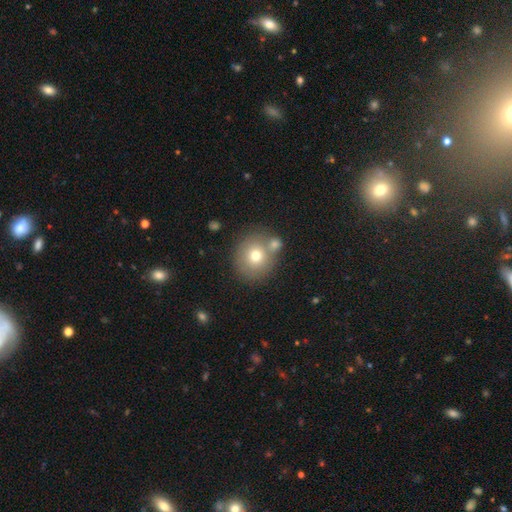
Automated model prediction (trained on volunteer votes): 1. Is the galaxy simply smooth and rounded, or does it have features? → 71% smooth, 18% featured or disk, 11% star or artifact.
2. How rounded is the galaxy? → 86% round, 13% in between, 1% cigar-shaped.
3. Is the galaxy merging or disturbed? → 61% none, 24% merger, 11% minor disturbance, 4% major disturbance.